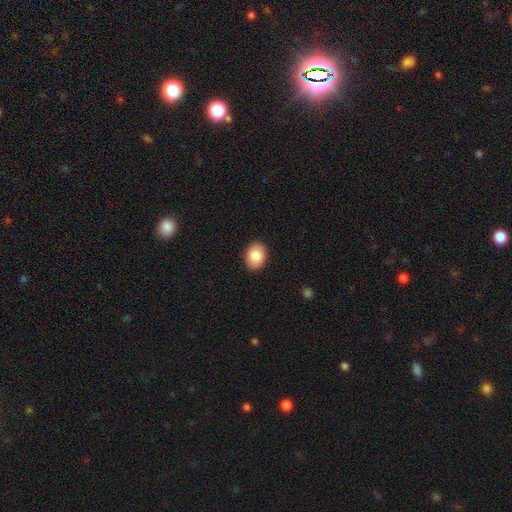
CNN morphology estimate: A smooth galaxy with no disk features (83%) that is in between round and cigar-shaped (70%).

Vote fractions:
- Smooth or featured? smooth: 83% / featured or disk: 9% / star or artifact: 8%
- How rounded? in between: 70% / round: 29% / cigar-shaped: 1%
- Merging? none: 91% / minor disturbance: 7% / major disturbance: 2% / merger: 1%